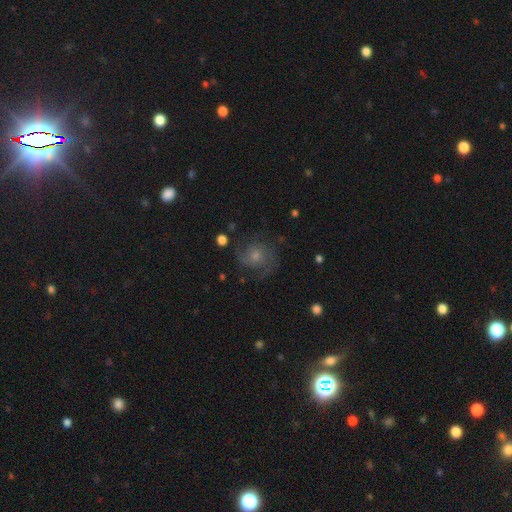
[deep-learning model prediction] Overall: featured or disk (61%; smooth 28%). Edge-on disk: no (97%). Bar: no (75%). Spiral arms: yes (88%). Spiral arm count: 2 (50%; can't tell 23%). Spiral winding: medium (45%; tight 32%). Bulge size: small (49%; moderate 42%). Merging: none (65%).